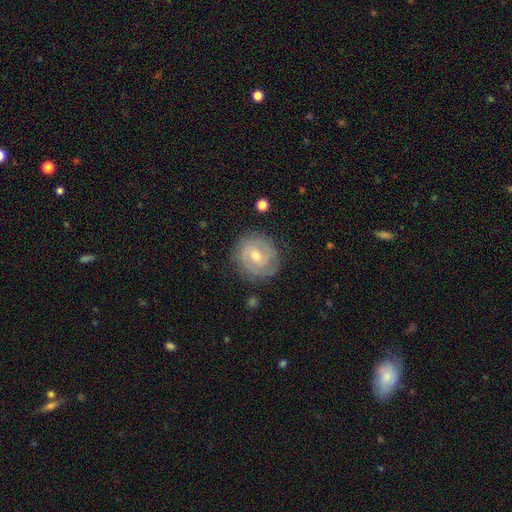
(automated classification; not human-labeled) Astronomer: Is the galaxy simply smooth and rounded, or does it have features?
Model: featured or disk — 78%.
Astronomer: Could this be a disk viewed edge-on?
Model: no — 98%.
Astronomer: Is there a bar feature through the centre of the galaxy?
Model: weak — 48% (runner-up: no, 41%).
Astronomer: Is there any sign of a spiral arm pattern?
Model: yes — 93%.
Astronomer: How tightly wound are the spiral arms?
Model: tight — 70%.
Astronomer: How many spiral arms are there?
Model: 2 — 59%.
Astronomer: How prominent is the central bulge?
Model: moderate — 61%.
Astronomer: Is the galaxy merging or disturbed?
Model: none — 82%.